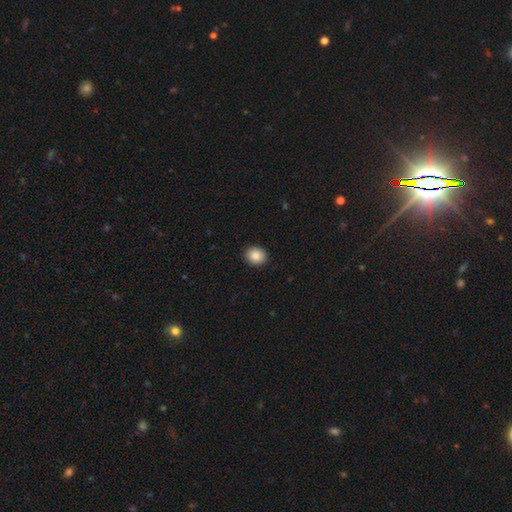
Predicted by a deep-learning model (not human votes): This is clearly a smooth galaxy (87%). How rounded: likely round (63%). Merging: clearly none (91%).